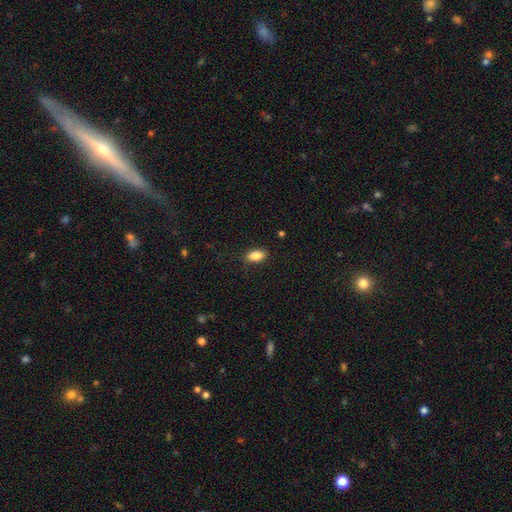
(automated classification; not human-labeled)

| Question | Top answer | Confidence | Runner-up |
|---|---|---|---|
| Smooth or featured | smooth | 85% | star or artifact (8%) |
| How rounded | in between | 89% | cigar-shaped (5%) |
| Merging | none | 84% | minor disturbance (12%) |